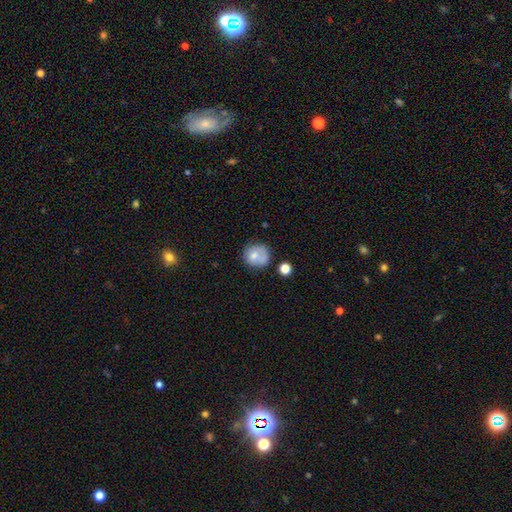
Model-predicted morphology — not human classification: Smooth or featured? Predicted: smooth (p=0.69). How rounded? Predicted: round (p=0.83). Merging? Predicted: none (p=0.53).